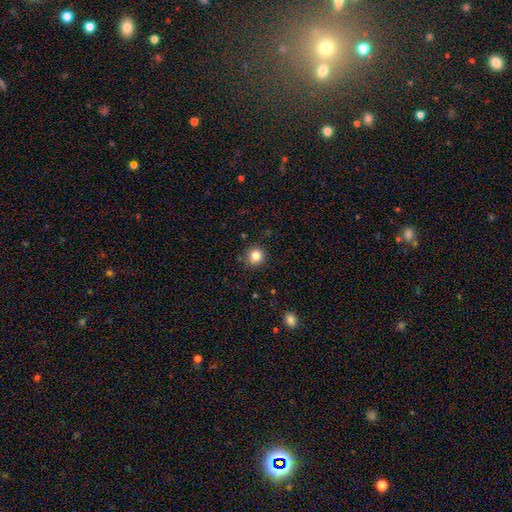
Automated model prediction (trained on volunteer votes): This appears to be a smooth galaxy with no disk features (84%) that is round (91%). Merging: none (88%).